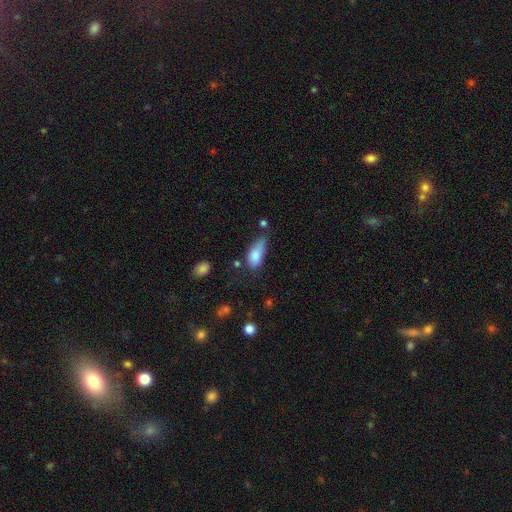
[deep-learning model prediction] Overall: smooth (79%). How rounded: in between (81%). Merging: minor disturbance (40%; none 31%).